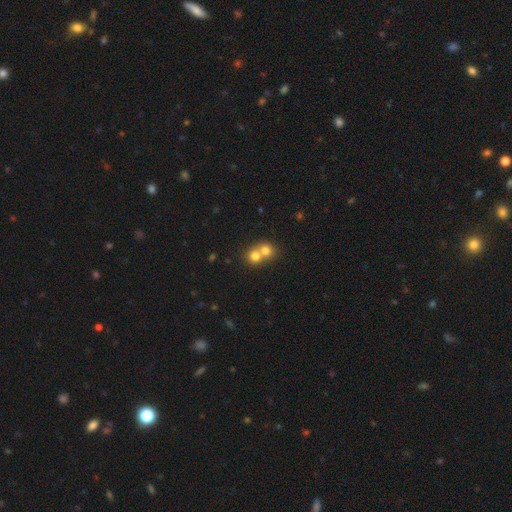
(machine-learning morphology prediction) smooth 75%, featured or disk 14%, star or artifact 11%. Down the decision tree: how rounded — round (82%); merging — merger (66%).